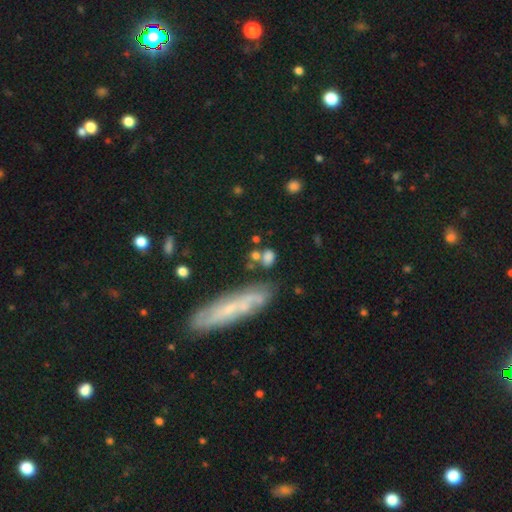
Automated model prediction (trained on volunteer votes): A smooth galaxy with no disk features (71%) that is in between round and cigar-shaped (54%).

Vote fractions:
- Smooth or featured? smooth: 71% / featured or disk: 15% / star or artifact: 13%
- How rounded? in between: 54% / round: 38% / cigar-shaped: 8%
- Merging? none: 52% / merger: 21% / minor disturbance: 17% / major disturbance: 10%